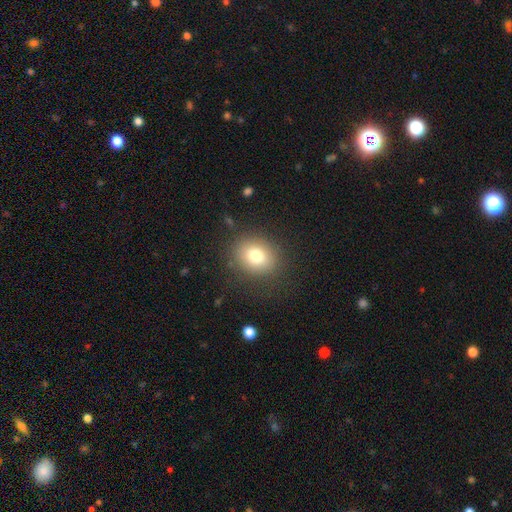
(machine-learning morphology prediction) Smooth or featured?
  - smooth: 77% *
  - star or artifact: 12%
  - featured or disk: 12%
How rounded?
  - round: 63% *
  - in between: 36%
  - cigar-shaped: 1%
Merging?
  - none: 85% *
  - minor disturbance: 9%
  - major disturbance: 4%
  - merger: 1%